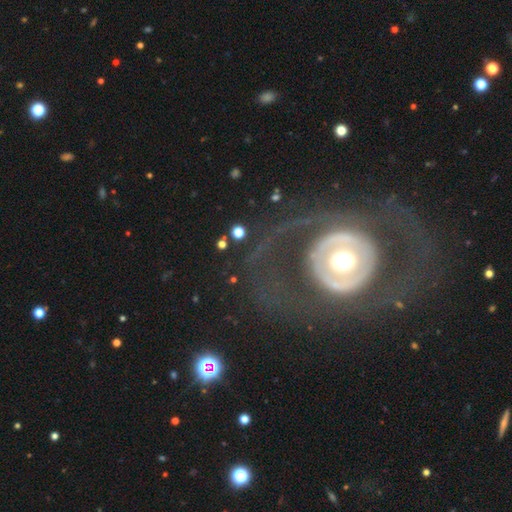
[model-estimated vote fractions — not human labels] featured or disk 69%, smooth 21%, star or artifact 9%. Down the decision tree: edge-on disk — no (91%); bar — no (64%); spiral arms — no (64%); bulge size — moderate (58%); merging — none (67%).